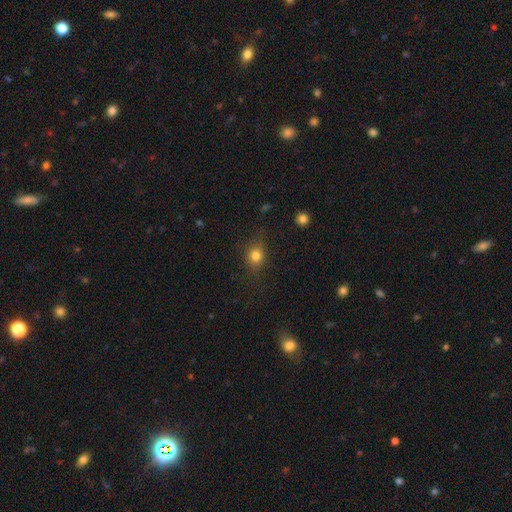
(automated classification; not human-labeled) Q: Smooth or featured?
A: smooth (78%); runner-up: star or artifact (14%)
Q: How rounded?
A: round (68%); runner-up: in between (30%)
Q: Merging?
A: none (80%); runner-up: minor disturbance (14%)